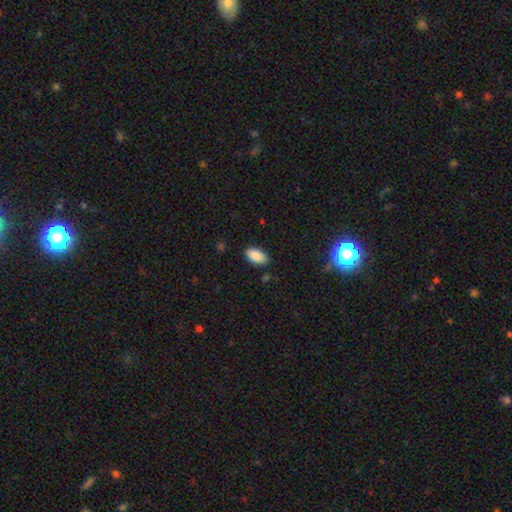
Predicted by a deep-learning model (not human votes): Smooth or featured: smooth — 89% (star or artifact — 7%)
How rounded: in between — 95% (round — 3%)
Merging: none — 84% (minor disturbance — 12%)